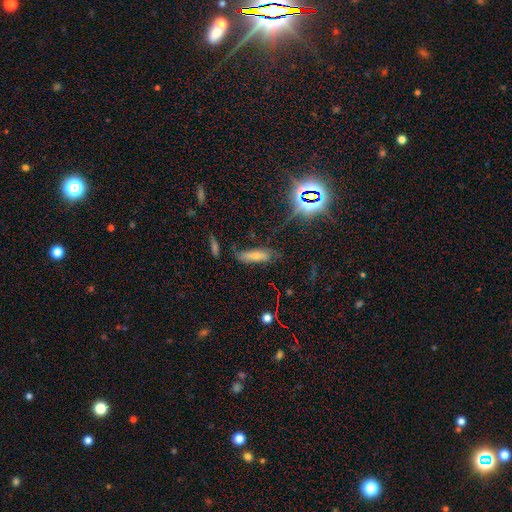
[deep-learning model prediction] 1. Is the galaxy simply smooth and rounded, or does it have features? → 60% smooth, 23% featured or disk, 17% star or artifact.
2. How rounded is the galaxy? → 57% cigar-shaped, 40% in between, 3% round.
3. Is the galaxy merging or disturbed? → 64% none, 23% minor disturbance, 8% major disturbance, 4% merger.